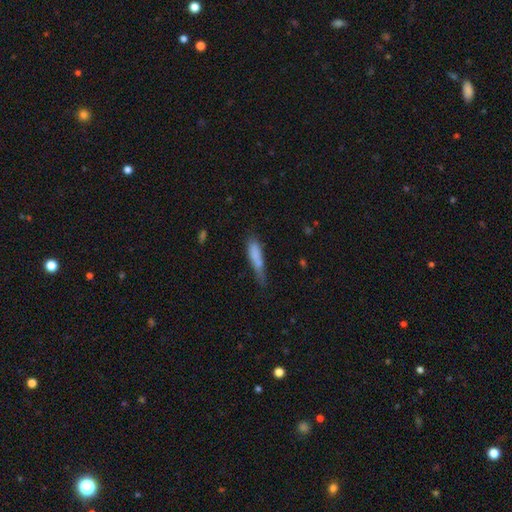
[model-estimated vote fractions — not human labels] This is likely a smooth galaxy (75%). How rounded: likely cigar-shaped (76%). Merging: marginally none (41%).